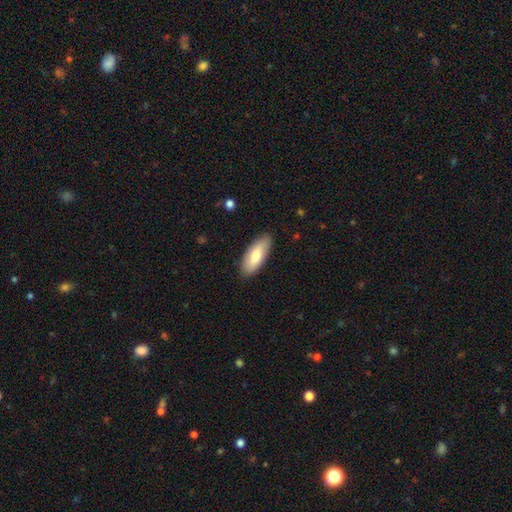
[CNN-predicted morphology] Smooth or featured?
  - smooth: 76% *
  - featured or disk: 19%
  - star or artifact: 5%
How rounded?
  - in between: 78% *
  - cigar-shaped: 21%
  - round: 2%
Merging?
  - none: 87% *
  - minor disturbance: 10%
  - major disturbance: 2%
  - merger: 1%